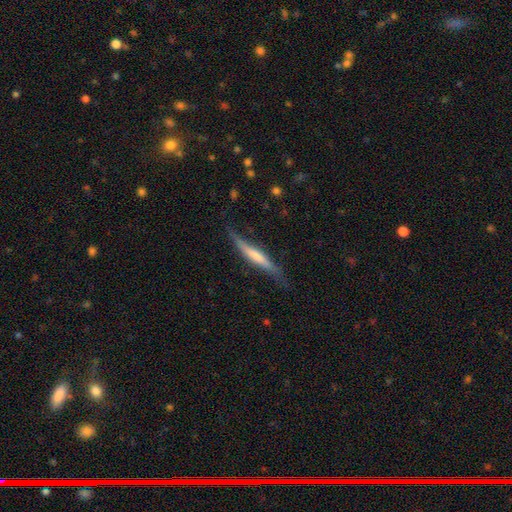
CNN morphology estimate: smooth_or_featured: featured or disk (p=0.53) [alt: smooth p=0.41]
disk_edge_on: yes (p=0.89) [alt: no p=0.11]
merging: none (p=0.66) [alt: minor disturbance p=0.25]